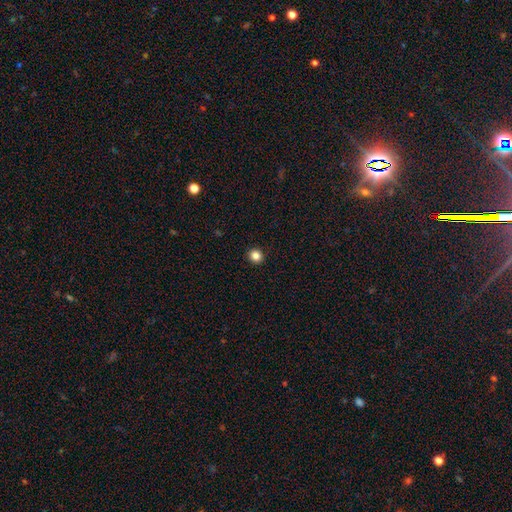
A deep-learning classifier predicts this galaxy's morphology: Smooth or featured? smooth (84%)
How rounded? round (88%)
Merging? none (93%)